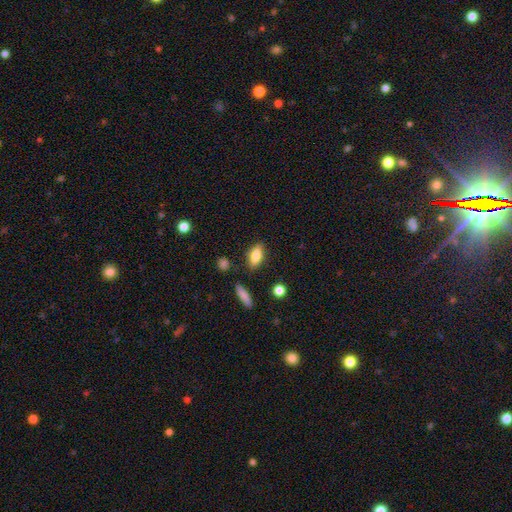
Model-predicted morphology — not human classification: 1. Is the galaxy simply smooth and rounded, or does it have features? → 77% smooth, 16% featured or disk, 8% star or artifact.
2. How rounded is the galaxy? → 78% in between, 18% cigar-shaped, 5% round.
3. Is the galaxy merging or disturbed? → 82% none, 12% minor disturbance, 3% merger, 3% major disturbance.